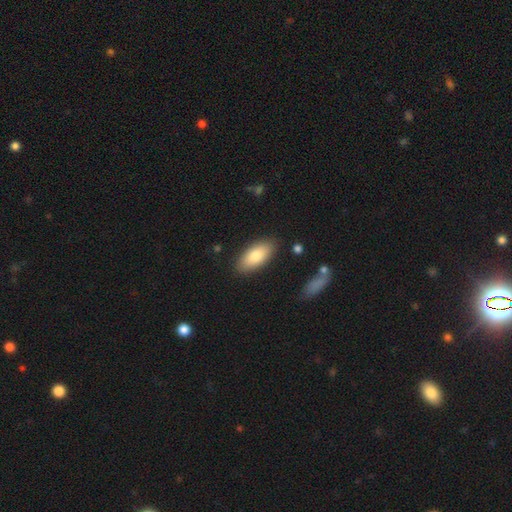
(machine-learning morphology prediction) A smooth galaxy with no disk features (79%) that is in between round and cigar-shaped (89%).

Vote fractions:
- Smooth or featured? smooth: 79% / featured or disk: 15% / star or artifact: 6%
- How rounded? in between: 89% / cigar-shaped: 9% / round: 2%
- Merging? none: 86% / minor disturbance: 10% / major disturbance: 2% / merger: 2%